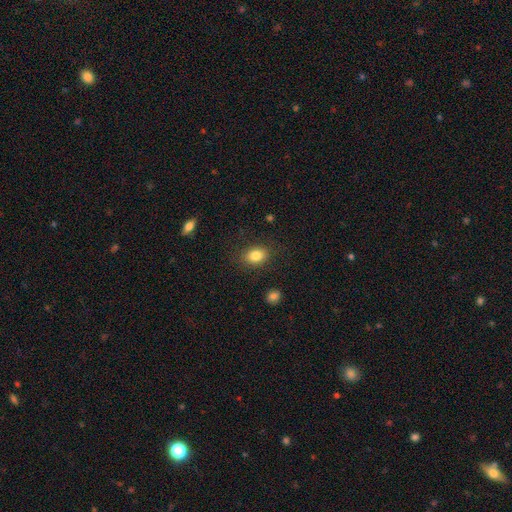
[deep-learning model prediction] This appears to be a smooth galaxy with no disk features (83%) that is in between round and cigar-shaped (64%). Merging: none (84%).